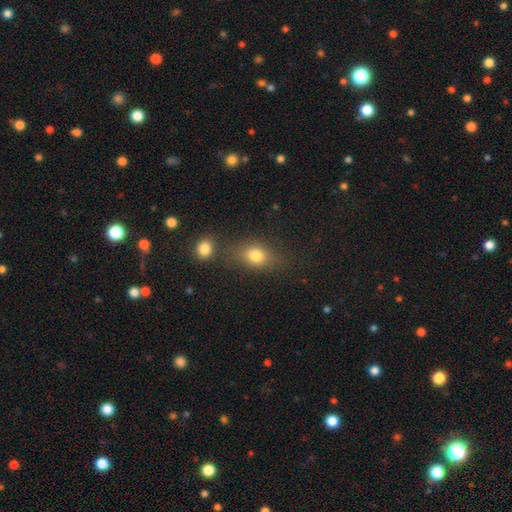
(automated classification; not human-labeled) A smooth galaxy with no disk features (78%) that is in between round and cigar-shaped (62%).

Vote fractions:
- Smooth or featured? smooth: 78% / star or artifact: 12% / featured or disk: 10%
- How rounded? in between: 62% / round: 36% / cigar-shaped: 3%
- Merging? none: 64% / merger: 16% / minor disturbance: 14% / major disturbance: 6%